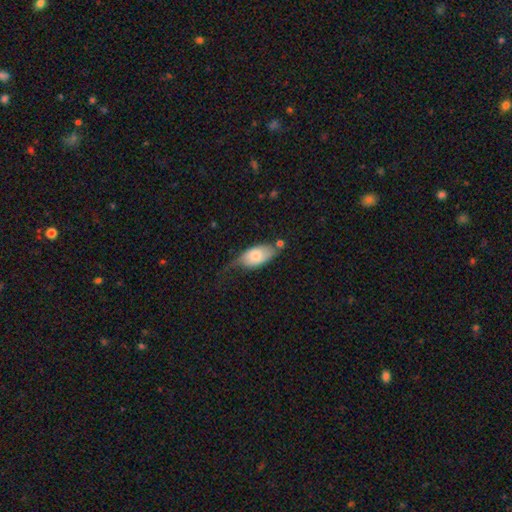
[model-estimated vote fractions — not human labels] Smooth or featured? smooth (72%)
How rounded? in between (92%)
Merging? minor disturbance (36%)